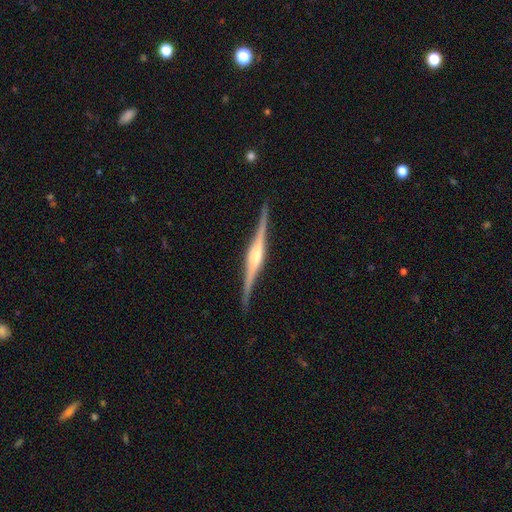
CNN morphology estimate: type=featured or disk (84%); edge-on=yes (98%); edge-on bulge=rounded (68%); merging=none (88%).